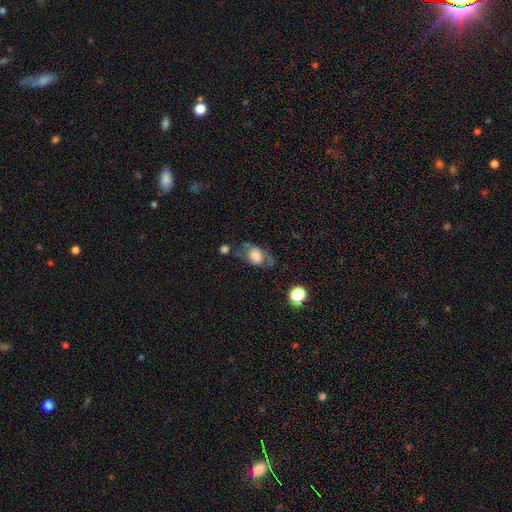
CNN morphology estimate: smooth_or_featured: smooth (p=0.55) [alt: featured or disk p=0.36]
how_rounded: in between (p=0.75) [alt: round p=0.23]
merging: none (p=0.45) [alt: minor disturbance p=0.26]